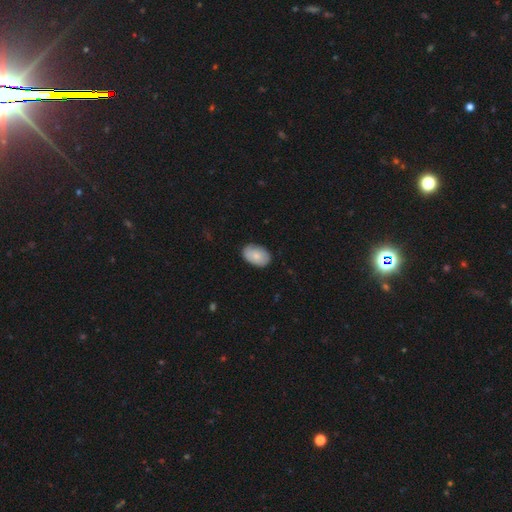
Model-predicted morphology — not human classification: smooth_or_featured: smooth (p=0.78) [alt: featured or disk p=0.16]
how_rounded: in between (p=0.88) [alt: round p=0.11]
merging: none (p=0.81) [alt: minor disturbance p=0.15]